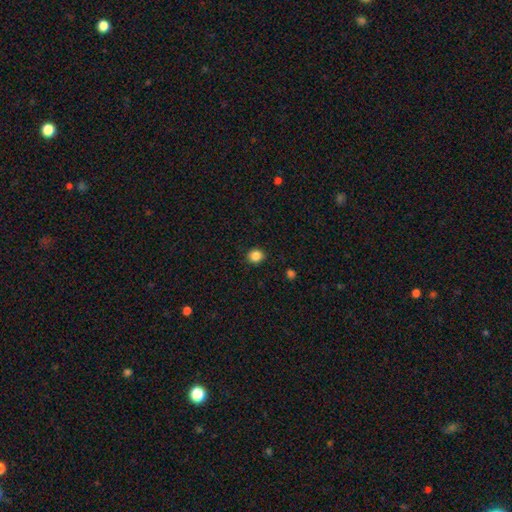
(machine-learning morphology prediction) smooth-or-featured: smooth: 85% | star or artifact: 11% | featured or disk: 4%
  how-rounded: round: 89% | in between: 10% | cigar-shaped: 1%
  merging: none: 91% | minor disturbance: 6% | major disturbance: 2% | merger: 1%